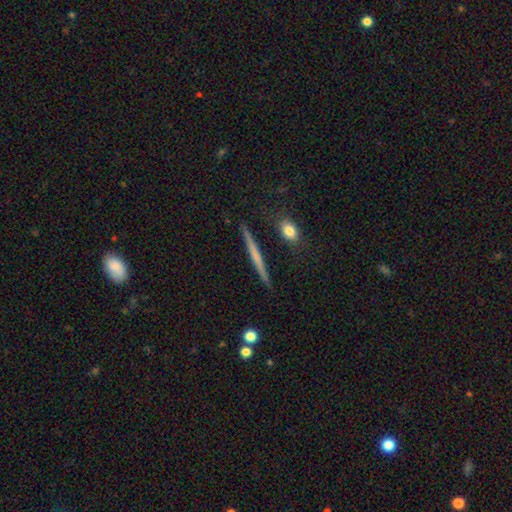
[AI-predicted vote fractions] smooth-or-featured: featured or disk: 51% | smooth: 43% | star or artifact: 6%
  disk-edge-on: yes: 97% | no: 3%
  merging: none: 90% | minor disturbance: 7% | merger: 2% | major disturbance: 2%